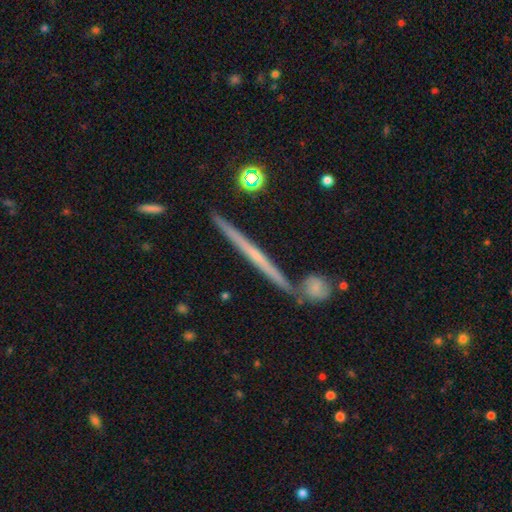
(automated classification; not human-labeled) smooth-or-featured: featured or disk: 67% | smooth: 26% | star or artifact: 6%
  disk-edge-on: yes: 97% | no: 3%
    edge-on-bulge: none: 74% | rounded: 21% | boxy: 5%
  merging: none: 85% | minor disturbance: 7% | merger: 6% | major disturbance: 2%